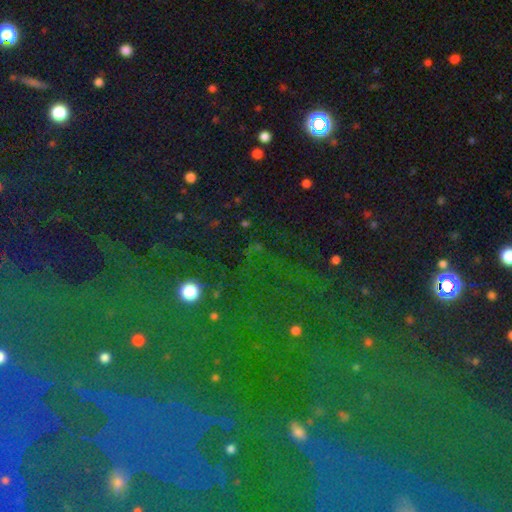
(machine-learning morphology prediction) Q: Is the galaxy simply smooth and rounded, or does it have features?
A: star or artifact — 73%.